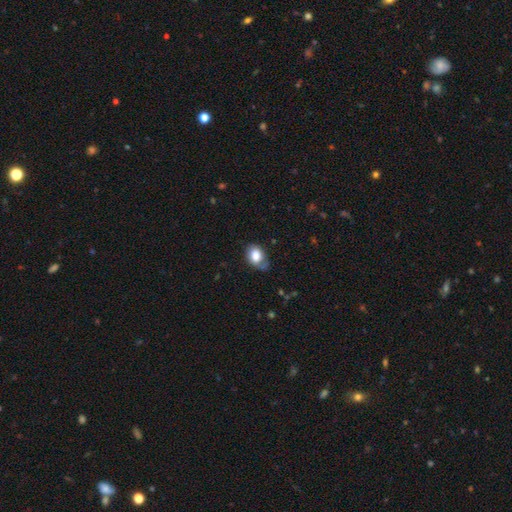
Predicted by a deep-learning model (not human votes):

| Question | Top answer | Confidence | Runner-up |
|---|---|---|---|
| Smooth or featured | smooth | 74% | featured or disk (18%) |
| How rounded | in between | 76% | round (23%) |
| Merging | none | 51% | minor disturbance (33%) |